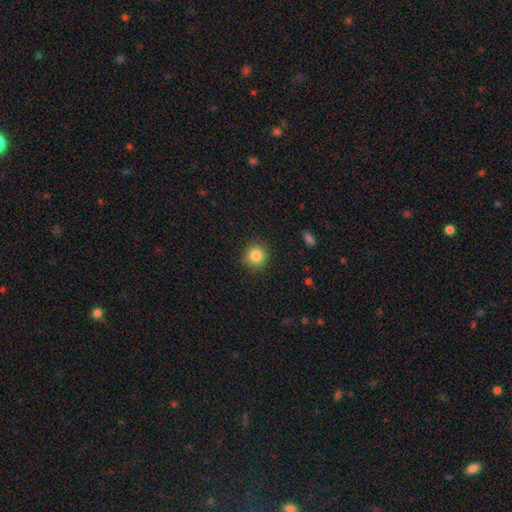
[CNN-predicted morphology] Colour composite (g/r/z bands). It shows a smooth galaxy with no disk features (85%) that is round (92%). Merging: none (87%).